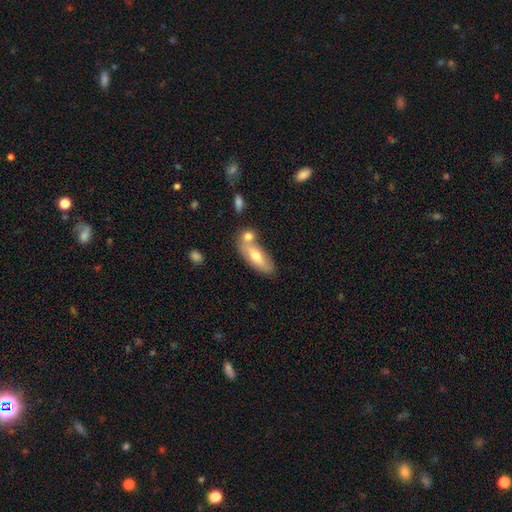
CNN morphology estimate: type=smooth (63%); roundness=in between (69%); merging=none (53%).